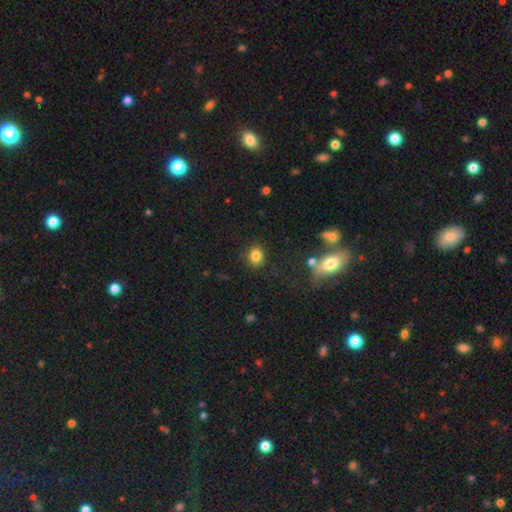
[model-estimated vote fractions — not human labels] Q: Smooth or featured?
A: smooth (82%); runner-up: star or artifact (12%)
Q: How rounded?
A: round (68%); runner-up: in between (31%)
Q: Merging?
A: none (86%); runner-up: minor disturbance (9%)